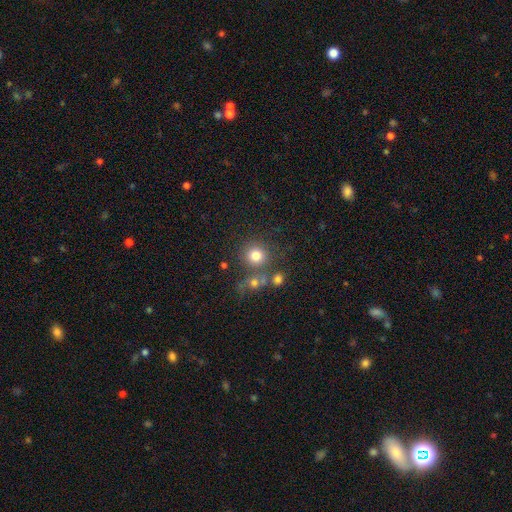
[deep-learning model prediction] smooth-or-featured: smooth: 79% | star or artifact: 13% | featured or disk: 8%
  how-rounded: round: 90% | in between: 9% | cigar-shaped: 1%
  merging: none: 72% | merger: 13% | minor disturbance: 10% | major disturbance: 5%